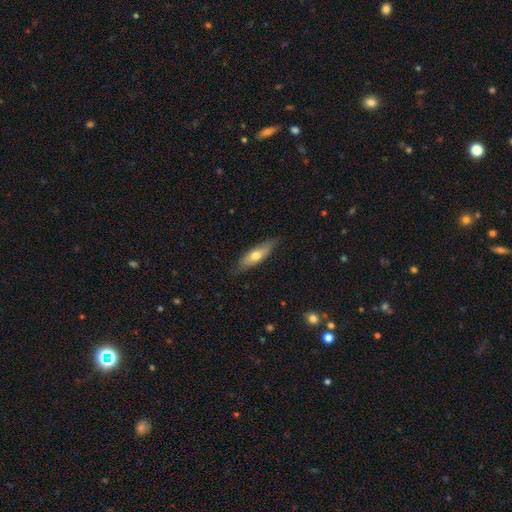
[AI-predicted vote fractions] Smooth or featured? Predicted: smooth (p=0.59). How rounded? Predicted: cigar-shaped (p=0.52). Merging? Predicted: none (p=0.82).